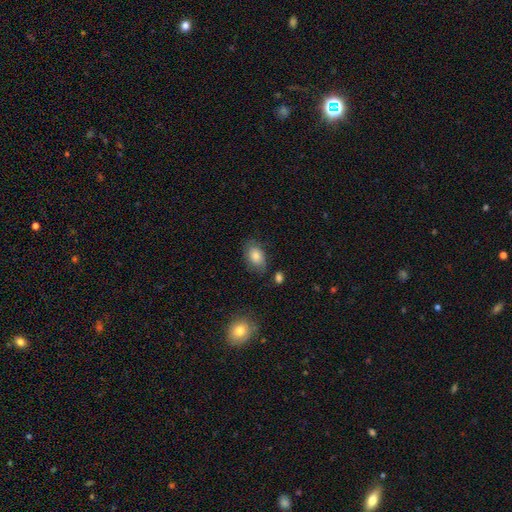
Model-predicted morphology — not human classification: Smooth or featured: smooth — 81% (featured or disk — 11%)
How rounded: in between — 86% (round — 13%)
Merging: none — 74% (minor disturbance — 18%)